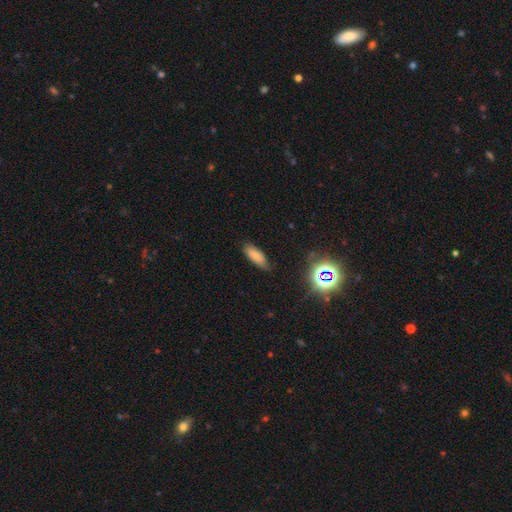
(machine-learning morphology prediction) Overall: smooth (77%). How rounded: in between (69%). Merging: none (77%).